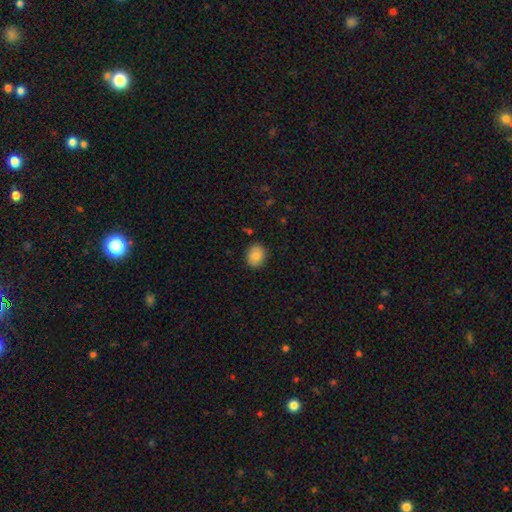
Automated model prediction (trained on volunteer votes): smooth_or_featured: smooth (p=0.86) [alt: star or artifact p=0.08]
how_rounded: round (p=0.56) [alt: in between p=0.44]
merging: none (p=0.87) [alt: minor disturbance p=0.09]